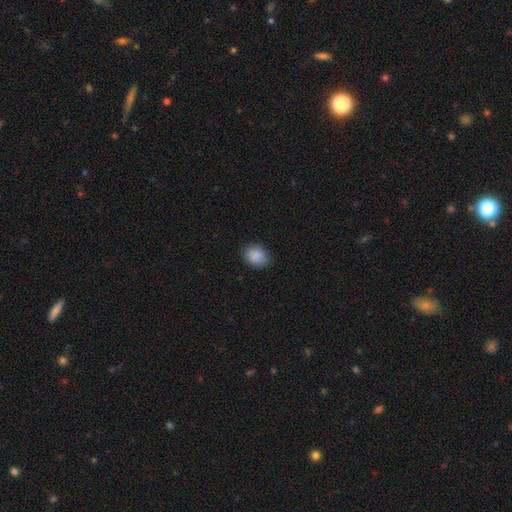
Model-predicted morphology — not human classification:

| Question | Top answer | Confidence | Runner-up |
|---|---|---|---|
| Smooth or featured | smooth | 89% | star or artifact (8%) |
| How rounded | in between | 62% | round (37%) |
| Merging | none | 84% | minor disturbance (13%) |